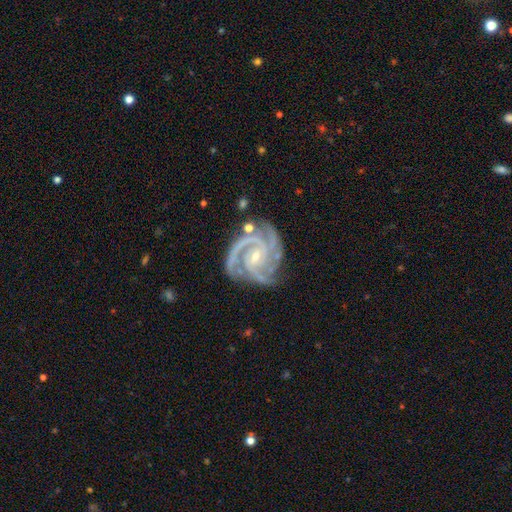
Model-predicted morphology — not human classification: Smooth or featured? featured or disk (94%)
Edge-on disk? no (98%)
Bar? no (55%)
Spiral arms? yes (99%)
Spiral winding? tight (61%)
Spiral arm count? 3 (56%)
Bulge size? small (74%)
Merging? none (70%)